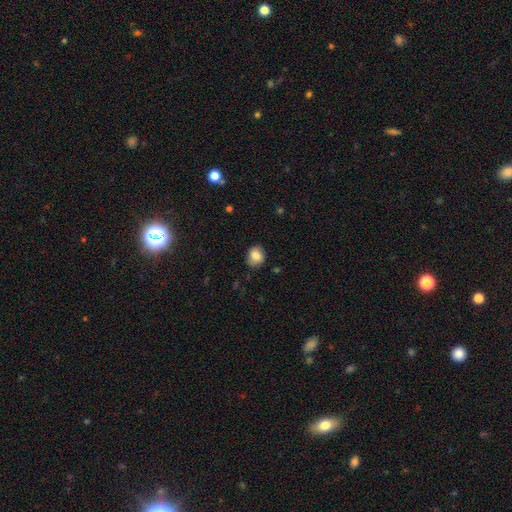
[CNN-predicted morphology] Smooth or featured? smooth (82%)
How rounded? round (55%)
Merging? none (82%)